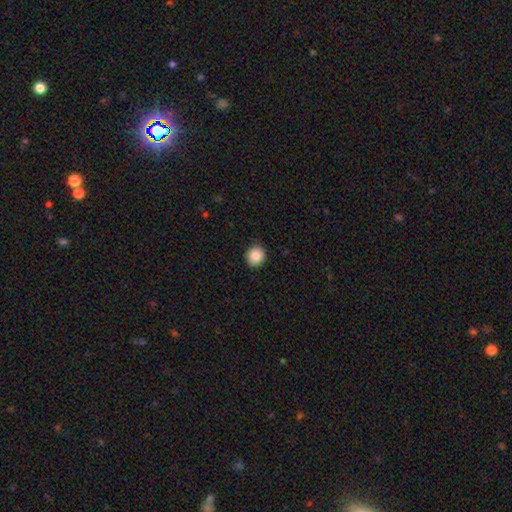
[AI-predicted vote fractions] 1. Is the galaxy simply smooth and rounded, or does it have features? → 87% smooth, 9% star or artifact, 5% featured or disk.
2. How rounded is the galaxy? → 84% round, 15% in between, 1% cigar-shaped.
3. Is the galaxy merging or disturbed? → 90% none, 7% minor disturbance, 2% major disturbance, 1% merger.